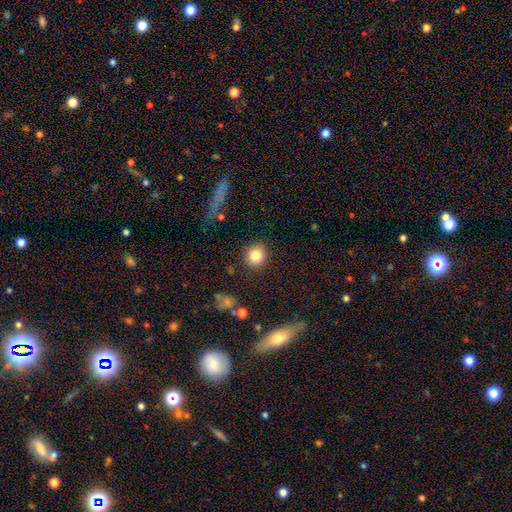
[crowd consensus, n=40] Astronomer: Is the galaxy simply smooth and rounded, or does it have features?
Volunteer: smooth — 75%.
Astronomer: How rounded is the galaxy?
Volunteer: round — 90%.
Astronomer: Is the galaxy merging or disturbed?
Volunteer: none — 83%.